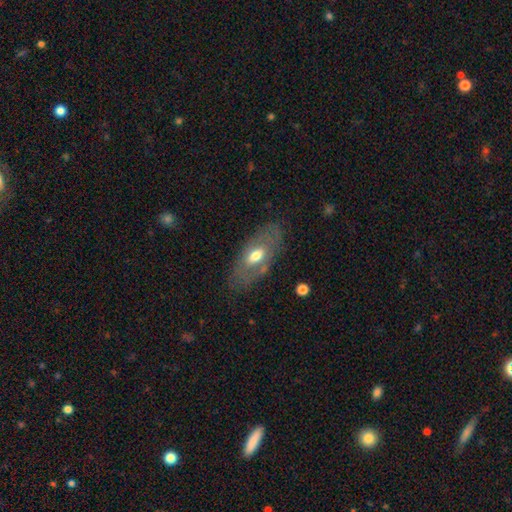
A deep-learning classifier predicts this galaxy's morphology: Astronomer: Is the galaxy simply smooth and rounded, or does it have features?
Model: featured or disk — 47% (runner-up: smooth, 46%).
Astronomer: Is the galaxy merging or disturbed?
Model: none — 76%.